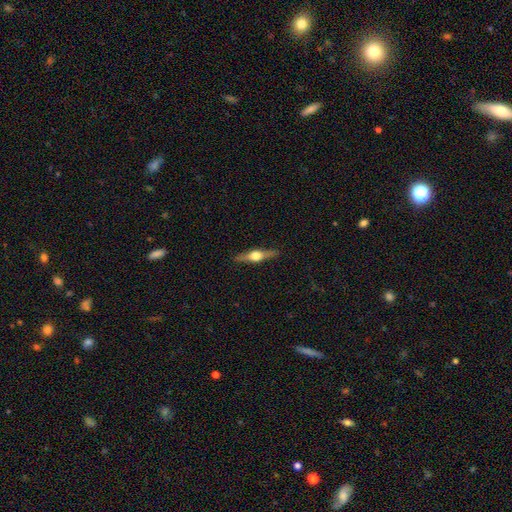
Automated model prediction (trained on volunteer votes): A featured or disk galaxy (72%) viewed edge-on (97%) with a rounded central bulge (96%). Merging: none (90%).